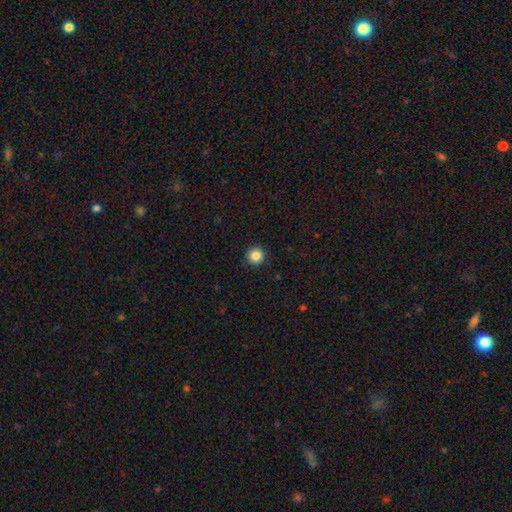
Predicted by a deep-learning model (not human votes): Smooth or featured: smooth — 86% (star or artifact — 10%)
How rounded: round — 95% (in between — 4%)
Merging: none — 93% (minor disturbance — 5%)